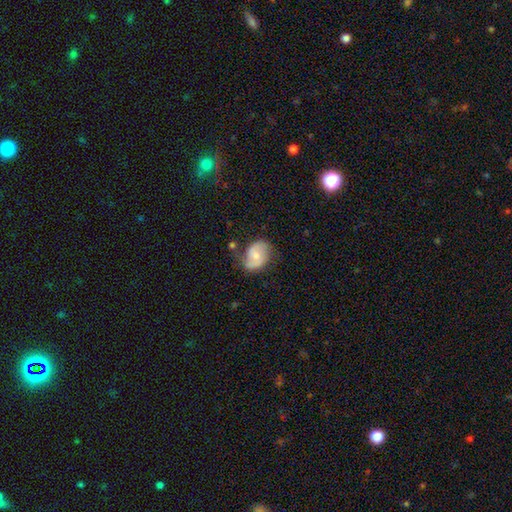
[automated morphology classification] This is possibly a featured or disk galaxy (48%). Merging: possibly none (59%).